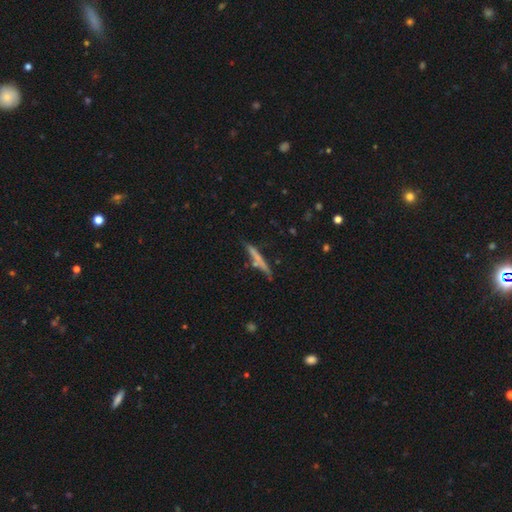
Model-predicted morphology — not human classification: Smooth or featured? Predicted: smooth (p=0.47). Merging? Predicted: none (p=0.76).